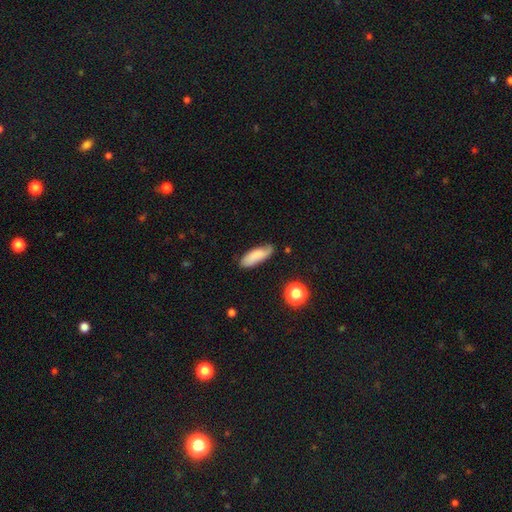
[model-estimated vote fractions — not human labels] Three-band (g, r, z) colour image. It shows a smooth galaxy with no disk features (74%) that is in between round and cigar-shaped (67%). Merging: none (70%).